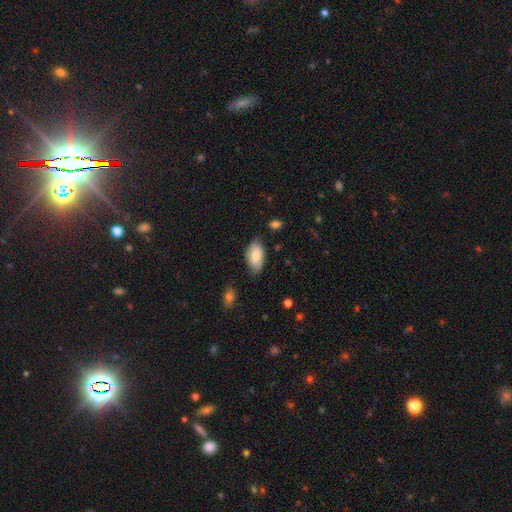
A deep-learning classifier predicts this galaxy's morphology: smooth_or_featured: smooth (p=0.77) [alt: featured or disk p=0.17]
how_rounded: in between (p=0.94) [alt: round p=0.03]
merging: none (p=0.69) [alt: minor disturbance p=0.25]